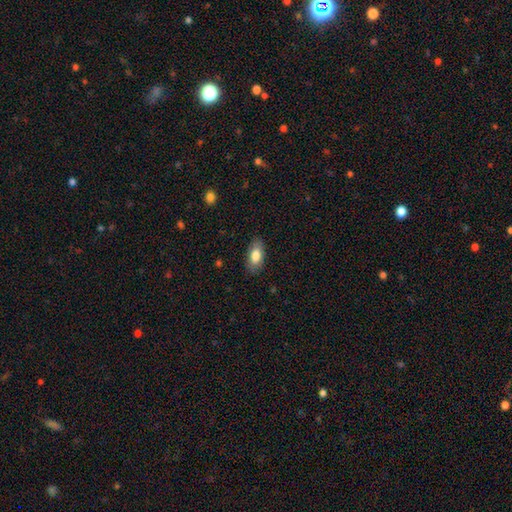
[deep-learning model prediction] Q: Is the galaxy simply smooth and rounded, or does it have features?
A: smooth — 80%.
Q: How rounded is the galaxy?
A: in between — 90%.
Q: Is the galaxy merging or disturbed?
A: none — 85%.